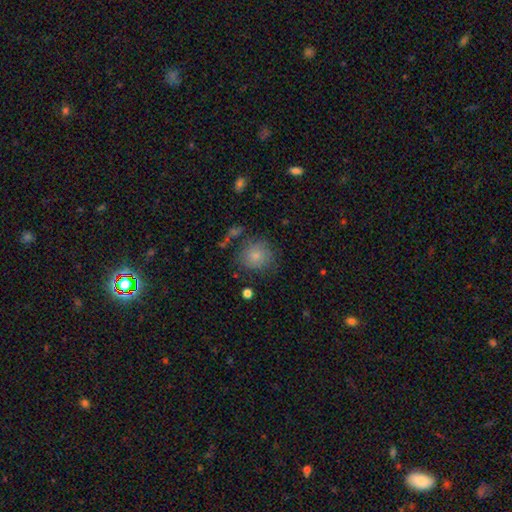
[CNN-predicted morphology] Smooth or featured: smooth — 80% (featured or disk — 11%)
How rounded: round — 86% (in between — 13%)
Merging: none — 70% (minor disturbance — 19%)